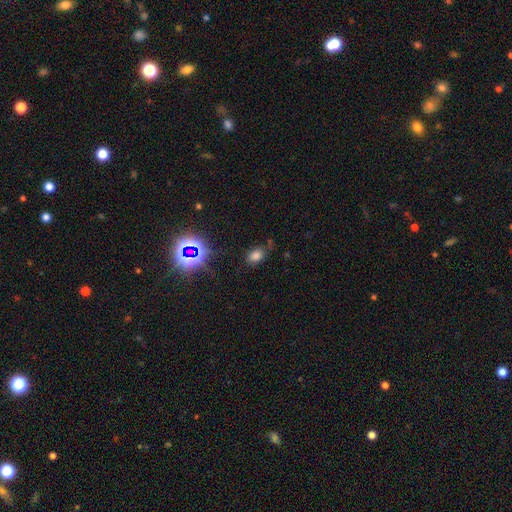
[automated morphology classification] smooth_or_featured: smooth (p=0.66) [alt: star or artifact p=0.26]
how_rounded: in between (p=0.79) [alt: round p=0.19]
merging: none (p=0.73) [alt: minor disturbance p=0.18]